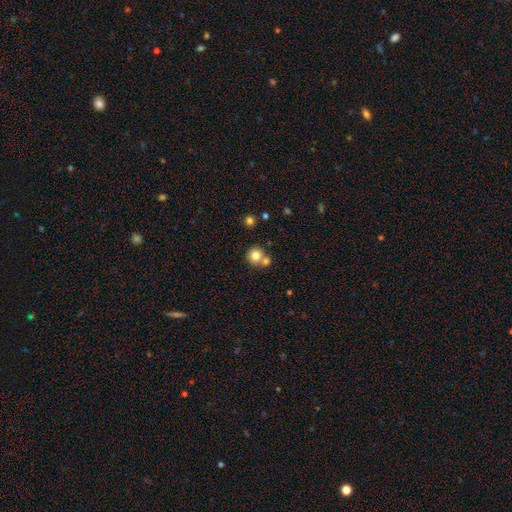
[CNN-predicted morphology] Smooth or featured?
  - smooth: 79% *
  - star or artifact: 10%
  - featured or disk: 10%
How rounded?
  - round: 90% *
  - in between: 9%
  - cigar-shaped: 1%
Merging?
  - none: 55% *
  - merger: 34%
  - minor disturbance: 8%
  - major disturbance: 3%